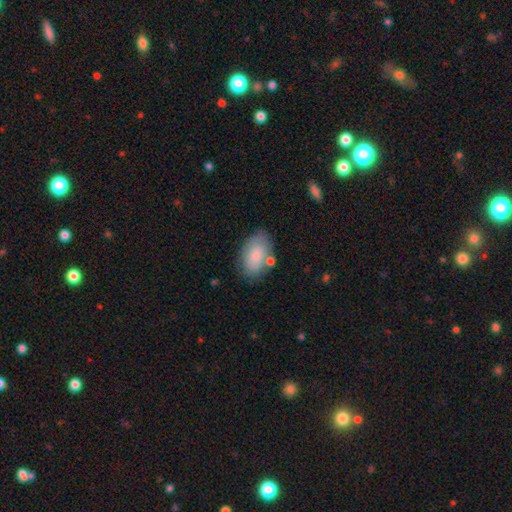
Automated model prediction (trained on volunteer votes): smooth 78%, featured or disk 15%, star or artifact 6%. Down the decision tree: how rounded — in between (93%); merging — none (66%).